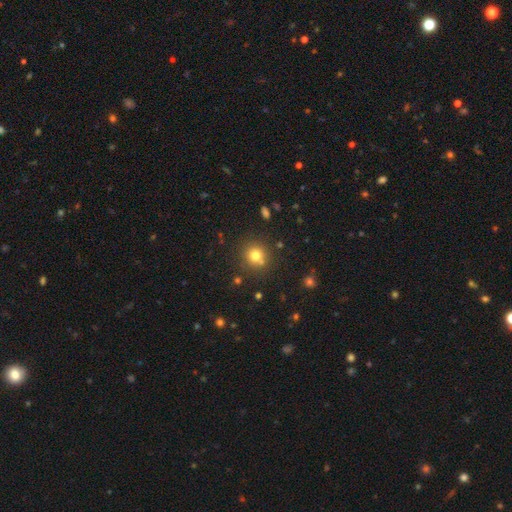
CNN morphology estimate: Smooth or featured?
  - smooth: 75% *
  - star or artifact: 16%
  - featured or disk: 9%
How rounded?
  - round: 89% *
  - in between: 10%
  - cigar-shaped: 1%
Merging?
  - none: 77% *
  - merger: 11%
  - minor disturbance: 9%
  - major disturbance: 3%